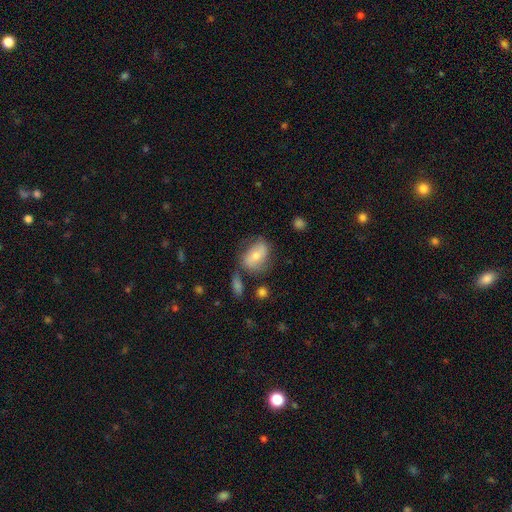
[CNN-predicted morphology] This appears to be a smooth galaxy with no disk features (55%) that is in between round and cigar-shaped (77%). Merging: none (57%).